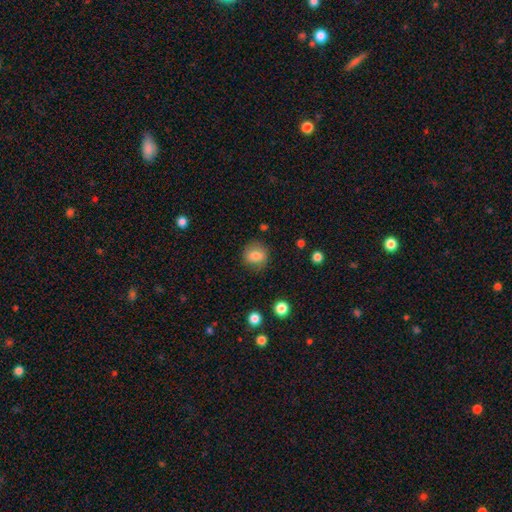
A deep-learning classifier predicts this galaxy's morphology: The model was most divided on "how rounded": round: 74%, in between: 25%, cigar-shaped: 1%. More confident: merging — none (81%); smooth or featured — smooth (80%).